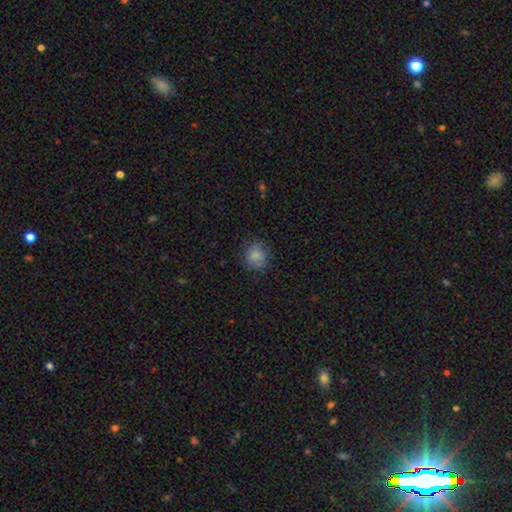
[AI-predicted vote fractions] Smooth or featured?
  - smooth: 83% *
  - star or artifact: 9%
  - featured or disk: 8%
How rounded?
  - round: 86% *
  - in between: 13%
  - cigar-shaped: 1%
Merging?
  - none: 80% *
  - minor disturbance: 14%
  - major disturbance: 4%
  - merger: 1%